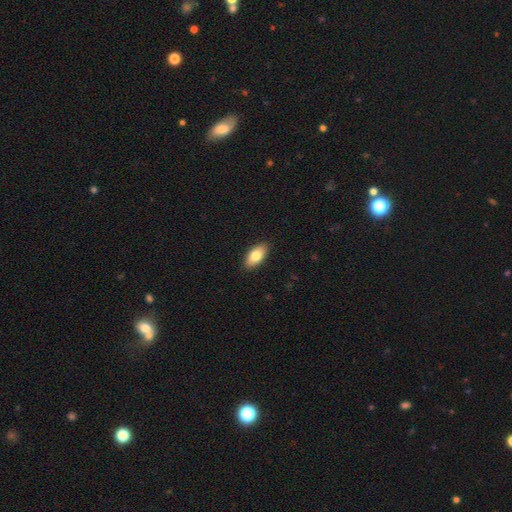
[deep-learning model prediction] This appears to be a smooth galaxy with no disk features (80%) that is in between round and cigar-shaped (92%). Merging: none (90%).